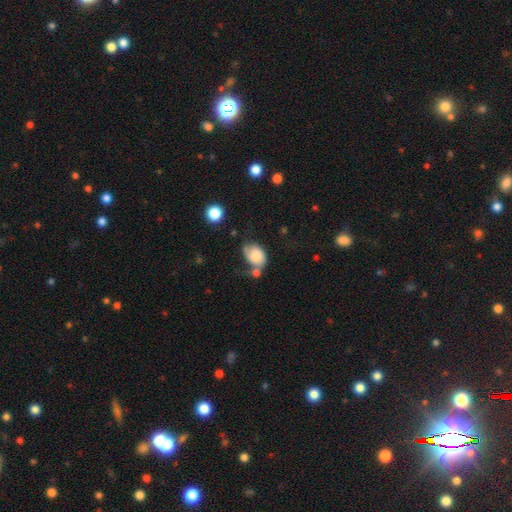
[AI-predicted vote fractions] Overall: smooth (67%). How rounded: in between (77%). Merging: none (30%; minor disturbance 28%).